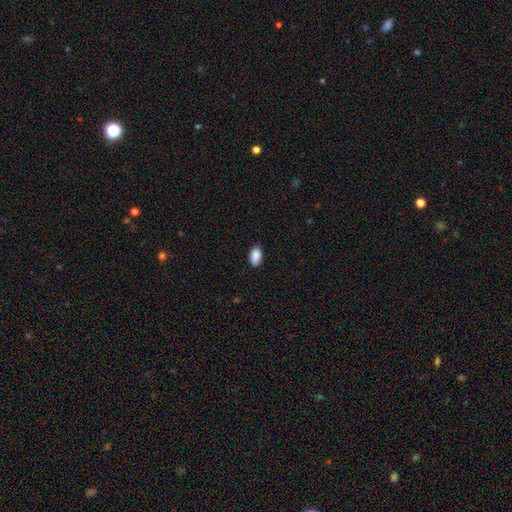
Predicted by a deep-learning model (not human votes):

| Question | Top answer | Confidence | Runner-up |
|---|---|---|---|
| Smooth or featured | smooth | 89% | star or artifact (7%) |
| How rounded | in between | 92% | round (6%) |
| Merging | none | 82% | minor disturbance (15%) |